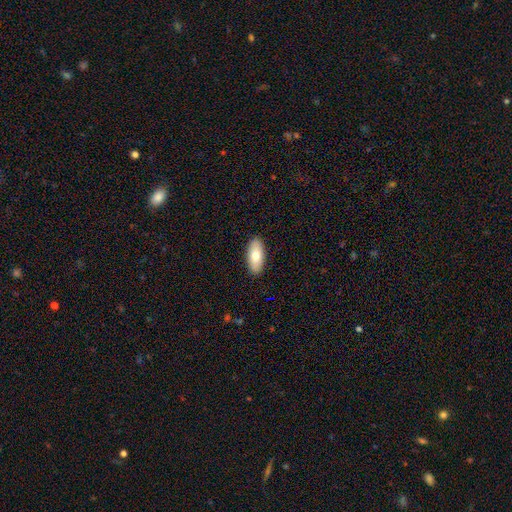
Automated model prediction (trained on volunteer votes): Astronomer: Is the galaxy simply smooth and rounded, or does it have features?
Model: smooth — 79%.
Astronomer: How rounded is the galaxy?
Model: in between — 85%.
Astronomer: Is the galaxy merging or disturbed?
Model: none — 90%.